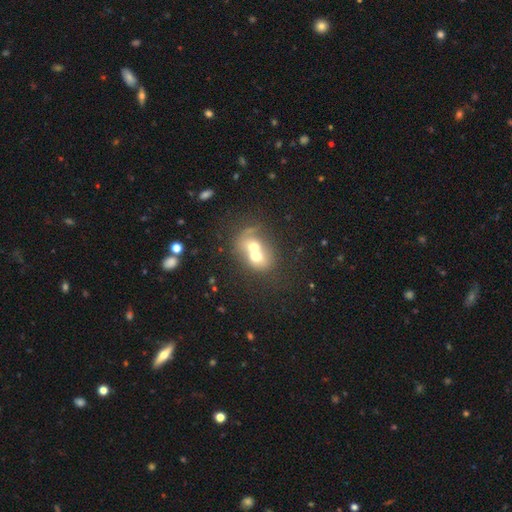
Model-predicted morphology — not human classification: This is possibly a smooth galaxy (58%). How rounded: possibly round (55%). Merging: likely merger (78%).